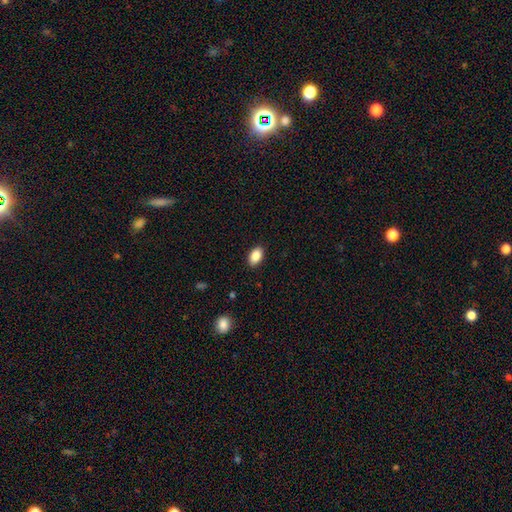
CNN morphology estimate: Smooth or featured: smooth — 88% (star or artifact — 7%)
How rounded: in between — 92% (round — 7%)
Merging: none — 89% (minor disturbance — 8%)